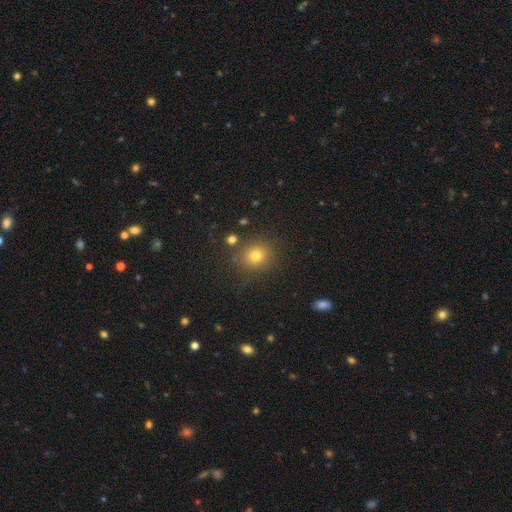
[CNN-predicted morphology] A smooth galaxy with no disk features (74%) that is round (84%).

Vote fractions:
- Smooth or featured? smooth: 74% / star or artifact: 18% / featured or disk: 8%
- How rounded? round: 84% / in between: 15% / cigar-shaped: 1%
- Merging? none: 84% / minor disturbance: 9% / merger: 4% / major disturbance: 3%